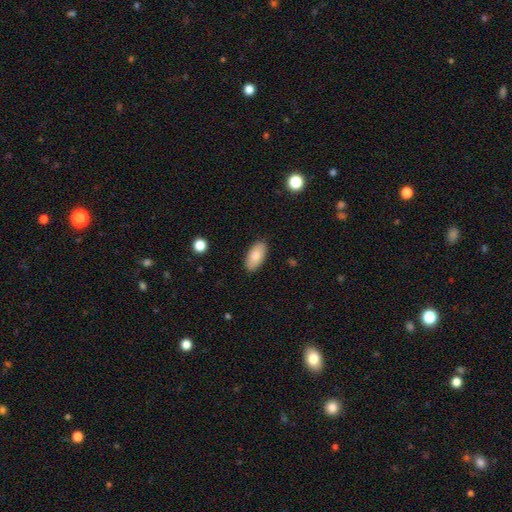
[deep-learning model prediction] Smooth or featured? Predicted: smooth (p=0.81). How rounded? Predicted: in between (p=0.93). Merging? Predicted: none (p=0.88).